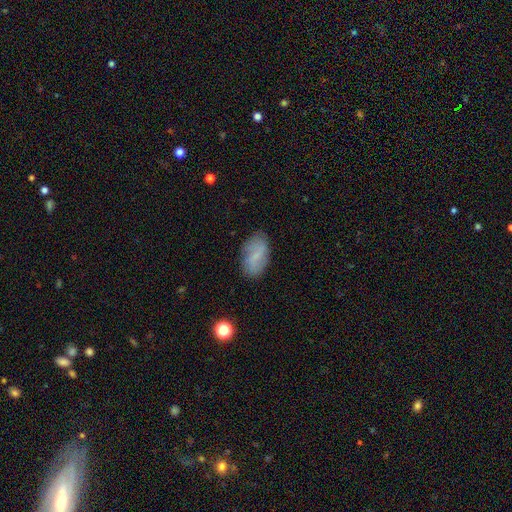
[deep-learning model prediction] smooth 66%, featured or disk 26%, star or artifact 8%. Down the decision tree: how rounded — in between (92%); merging — none (79%).